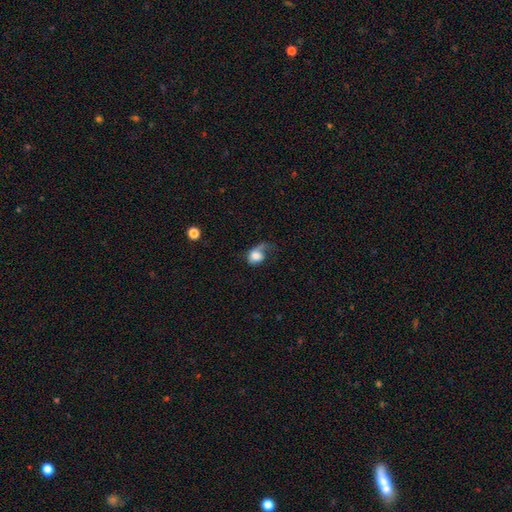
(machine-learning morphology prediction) This is likely a smooth galaxy (68%). How rounded: possibly in between (53%). Merging: possibly major disturbance (47%).